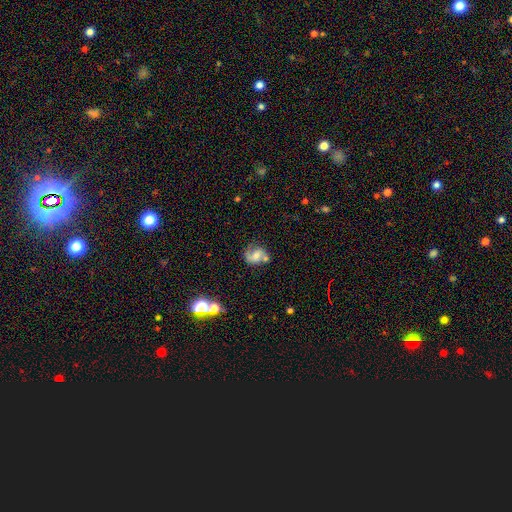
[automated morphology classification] type=featured or disk (66%); edge-on=no (98%); bar=no (56%); spiral arms=yes (90%); winding=medium (47%); arm count=2 (66%); bulge=moderate (45%); merging=none (51%).